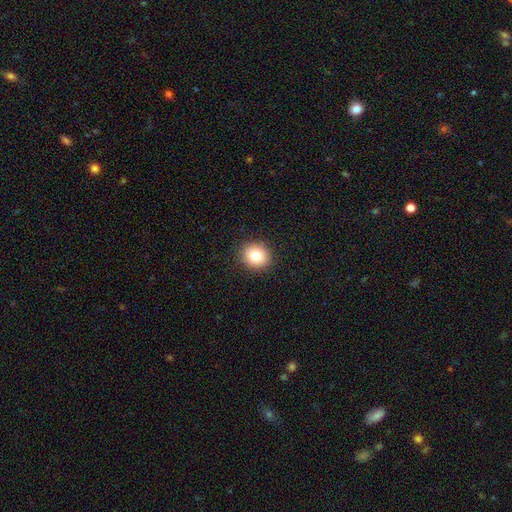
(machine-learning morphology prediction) This appears to be a smooth galaxy with no disk features (81%) that is round (83%). Merging: none (91%).